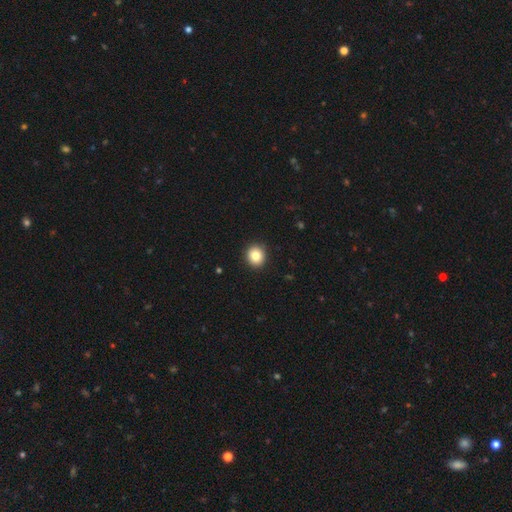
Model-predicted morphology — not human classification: Smooth or featured? smooth (83%)
How rounded? round (85%)
Merging? none (92%)